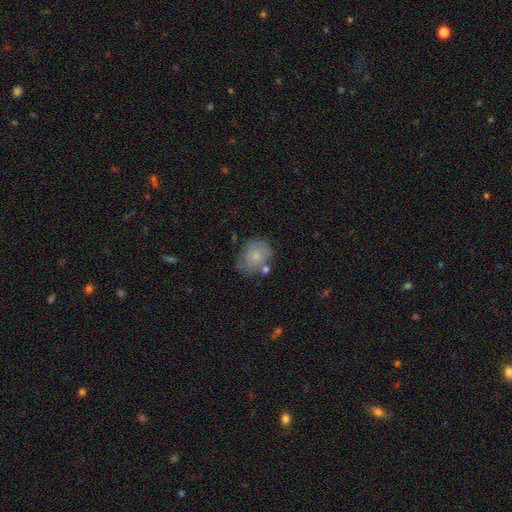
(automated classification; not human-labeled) Q: Smooth or featured?
A: smooth (70%); runner-up: featured or disk (22%)
Q: How rounded?
A: round (60%); runner-up: in between (39%)
Q: Merging?
A: none (55%); runner-up: minor disturbance (26%)